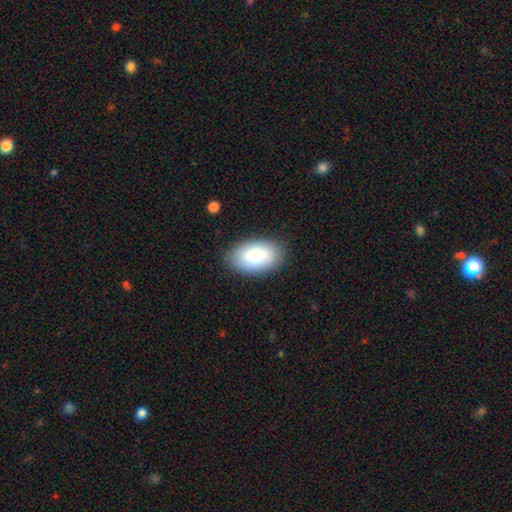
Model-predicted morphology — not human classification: Q: Smooth or featured?
A: smooth (85%); runner-up: featured or disk (9%)
Q: How rounded?
A: in between (94%); runner-up: round (5%)
Q: Merging?
A: none (83%); runner-up: minor disturbance (12%)